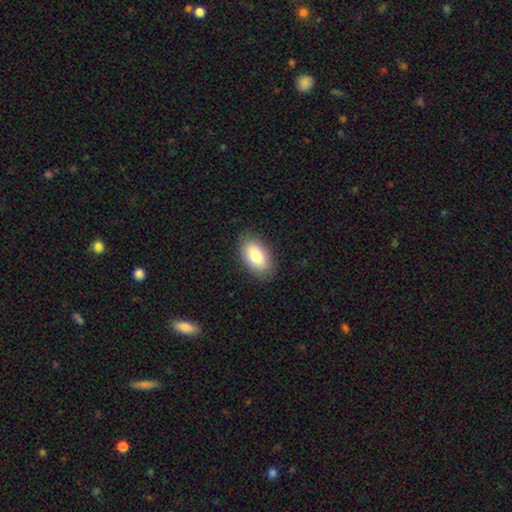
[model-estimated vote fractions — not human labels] The model was most divided on "smooth or featured": smooth: 82%, featured or disk: 11%, star or artifact: 7%. More confident: how rounded — in between (94%); merging — none (86%).